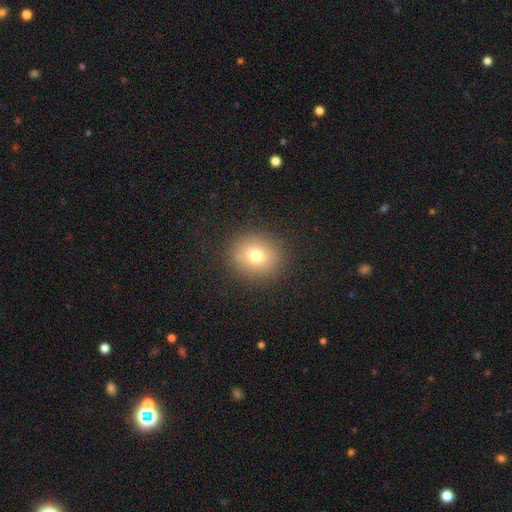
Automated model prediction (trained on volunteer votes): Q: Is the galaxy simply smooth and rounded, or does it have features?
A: smooth — 74%.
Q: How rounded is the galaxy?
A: round — 80%.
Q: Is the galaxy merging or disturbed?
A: none — 89%.